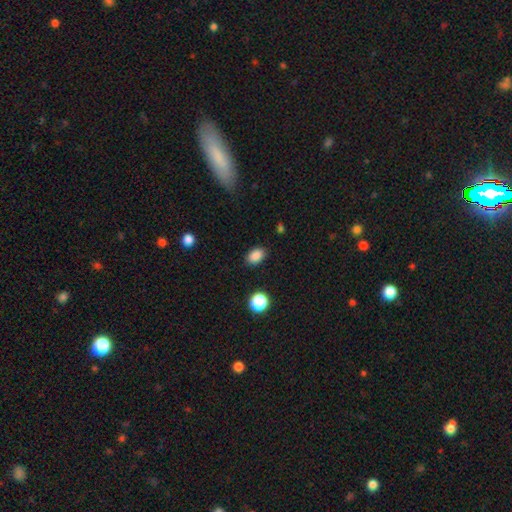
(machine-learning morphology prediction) Smooth or featured: smooth — 87% (star or artifact — 10%)
How rounded: in between — 80% (round — 19%)
Merging: none — 87% (minor disturbance — 10%)